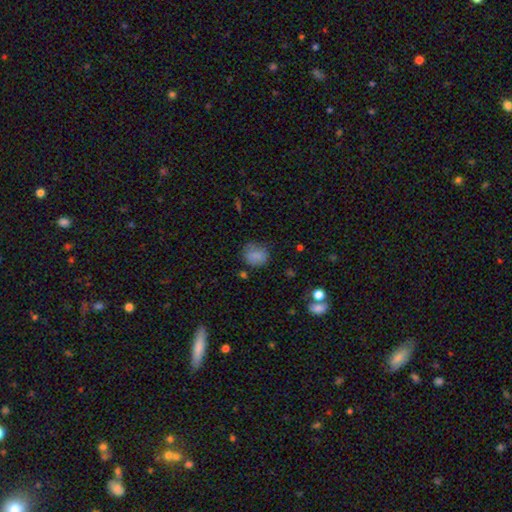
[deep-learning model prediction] Smooth or featured? smooth (81%)
How rounded? round (65%)
Merging? none (64%)